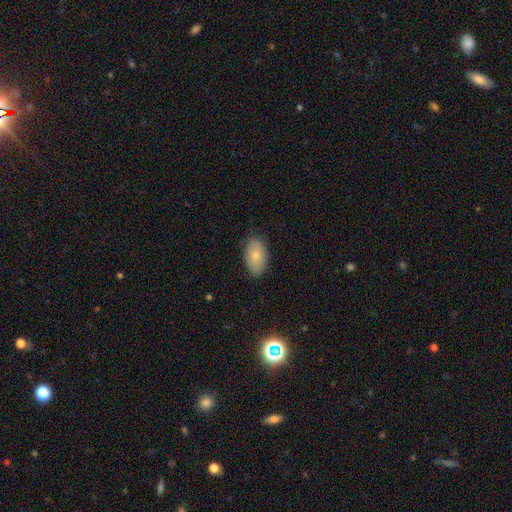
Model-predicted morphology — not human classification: Smooth or featured? Predicted: smooth (p=0.79). How rounded? Predicted: in between (p=0.94). Merging? Predicted: none (p=0.84).